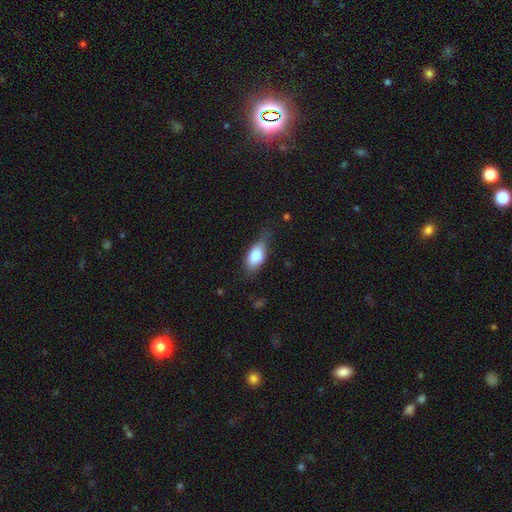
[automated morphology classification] The model was most divided on "merging": none: 58%, minor disturbance: 31%, major disturbance: 9%, merger: 2%. More confident: how rounded — in between (85%); smooth or featured — smooth (77%).